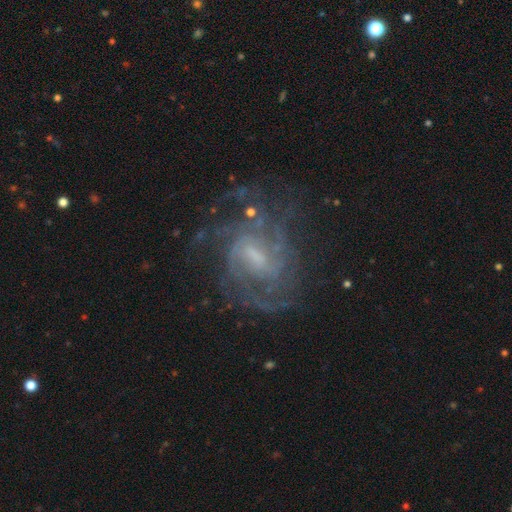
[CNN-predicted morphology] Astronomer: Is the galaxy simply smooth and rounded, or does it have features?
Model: featured or disk — 84%.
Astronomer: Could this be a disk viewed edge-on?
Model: no — 97%.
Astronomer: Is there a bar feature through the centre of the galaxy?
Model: weak — 57%.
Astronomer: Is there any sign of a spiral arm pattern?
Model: yes — 93%.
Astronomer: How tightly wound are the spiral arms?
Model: tight — 48% (runner-up: medium, 40%).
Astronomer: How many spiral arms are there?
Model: can't tell — 38% (runner-up: 3, 17%).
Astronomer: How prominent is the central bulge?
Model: small — 45% (runner-up: moderate, 34%).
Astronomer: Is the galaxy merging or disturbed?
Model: none — 65%.